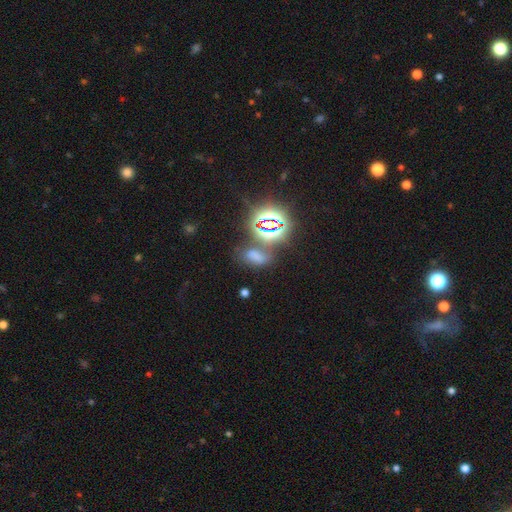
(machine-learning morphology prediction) This appears to be a smooth galaxy with no disk features (46%). Merging: none (52%).